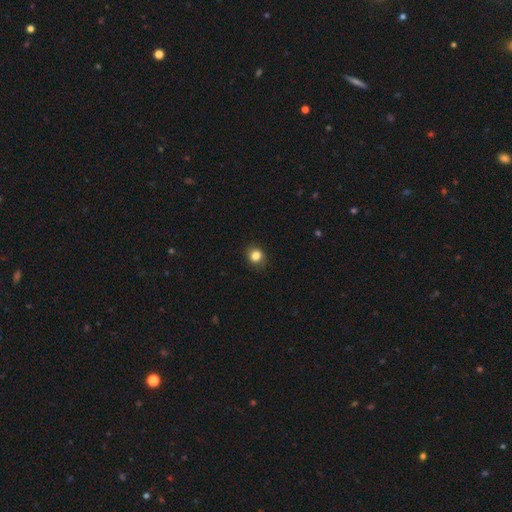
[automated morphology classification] This appears to be a smooth galaxy with no disk features (84%) that is round (76%). Merging: none (86%).